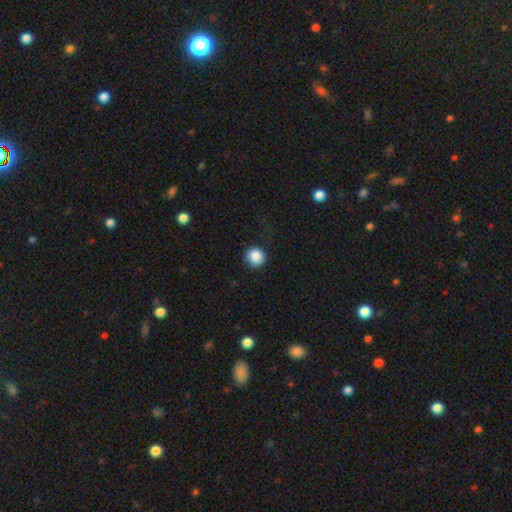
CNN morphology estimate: The model was most divided on "merging": none: 80%, minor disturbance: 14%, major disturbance: 4%, merger: 1%. More confident: how rounded — round (93%); smooth or featured — smooth (86%).